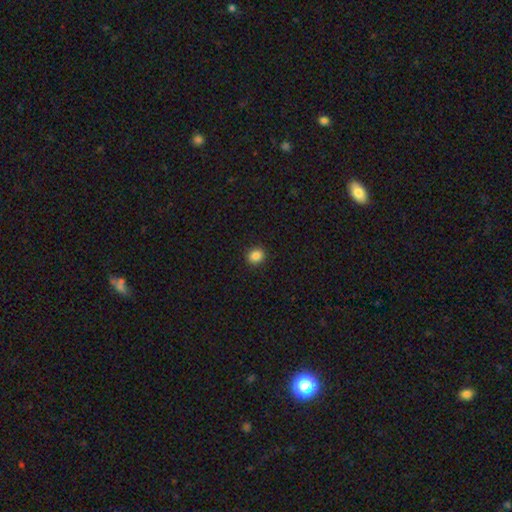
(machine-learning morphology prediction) Smooth or featured: smooth — 86% (star or artifact — 10%)
How rounded: round — 76% (in between — 23%)
Merging: none — 92% (minor disturbance — 5%)